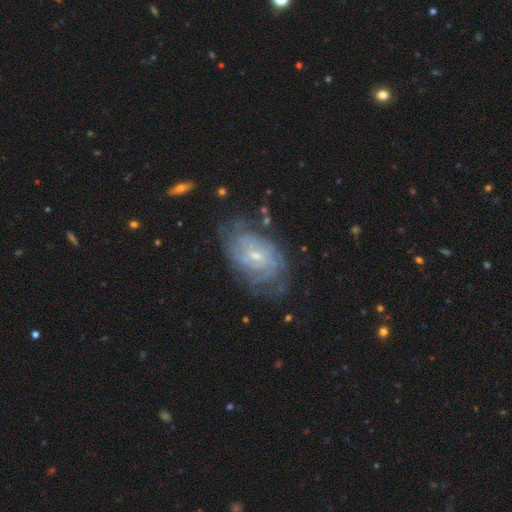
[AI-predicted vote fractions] Smooth or featured?
  - featured or disk: 84% *
  - smooth: 9%
  - star or artifact: 7%
Edge-on disk?
  - no: 96% *
  - yes: 4%
Bar?
  - no: 49% *
  - weak: 43%
  - strong: 8%
Spiral arms?
  - yes: 95% *
  - no: 5%
Spiral winding?
  - tight: 72% *
  - medium: 22%
  - loose: 5%
Spiral arm count?
  - can't tell: 44% *
  - 4: 16%
  - 2: 14%
  - 3: 12%
  - more than 4: 9%
  - 1: 5%
Bulge size?
  - small: 67% *
  - moderate: 29%
  - none: 2%
  - large: 1%
  - dominant: 1%
Merging?
  - none: 70% *
  - minor disturbance: 20%
  - major disturbance: 8%
  - merger: 2%